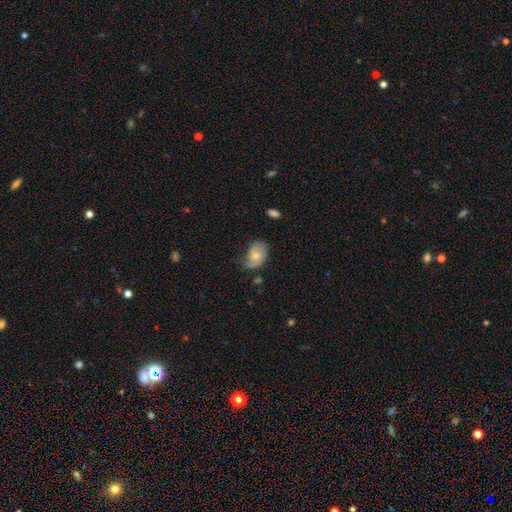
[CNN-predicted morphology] A smooth galaxy with no disk features (51%) that is in between round and cigar-shaped (78%).

Vote fractions:
- Smooth or featured? smooth: 51% / featured or disk: 41% / star or artifact: 7%
- How rounded? in between: 78% / round: 21% / cigar-shaped: 1%
- Merging? none: 45% / minor disturbance: 37% / major disturbance: 16% / merger: 2%